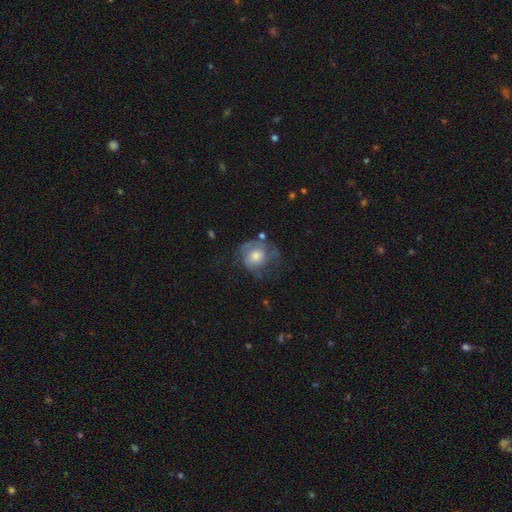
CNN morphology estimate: smooth-or-featured: featured or disk: 53% | smooth: 38% | star or artifact: 9%
  disk-edge-on: no: 97% | yes: 3%
    bar: no: 78% | weak: 19% | strong: 3%
    has-spiral-arms: yes: 67% | no: 33%
    bulge-size: moderate: 56% | large: 20% | small: 19% | none: 3% | dominant: 2%
  merging: none: 45% | major disturbance: 27% | minor disturbance: 25% | merger: 3%